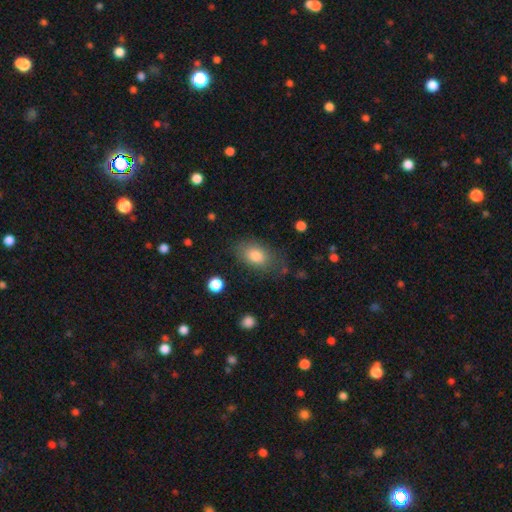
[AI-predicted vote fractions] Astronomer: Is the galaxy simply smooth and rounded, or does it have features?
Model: smooth — 82%.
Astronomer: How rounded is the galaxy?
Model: in between — 86%.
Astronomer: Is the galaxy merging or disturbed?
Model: none — 71%.